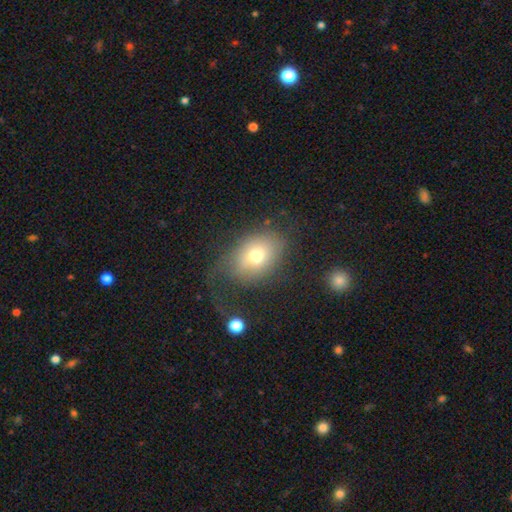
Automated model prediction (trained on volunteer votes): smooth-or-featured: smooth: 69% | featured or disk: 20% | star or artifact: 11%
  how-rounded: in between: 67% | round: 31% | cigar-shaped: 1%
  merging: none: 49% | major disturbance: 25% | minor disturbance: 23% | merger: 3%